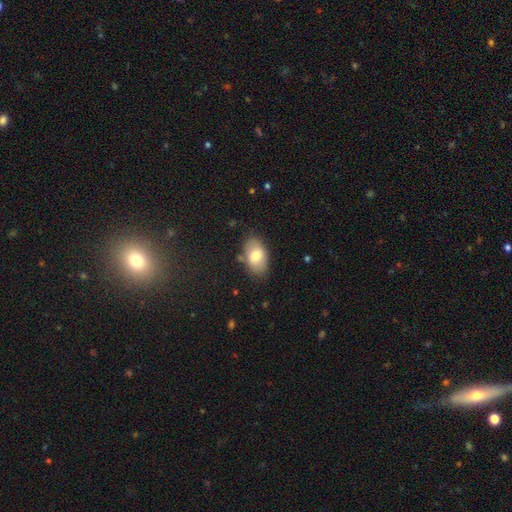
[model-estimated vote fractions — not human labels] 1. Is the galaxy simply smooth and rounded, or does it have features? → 76% smooth, 17% featured or disk, 7% star or artifact.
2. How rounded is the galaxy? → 91% in between, 7% round, 1% cigar-shaped.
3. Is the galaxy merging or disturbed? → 80% none, 14% minor disturbance, 3% major disturbance, 2% merger.